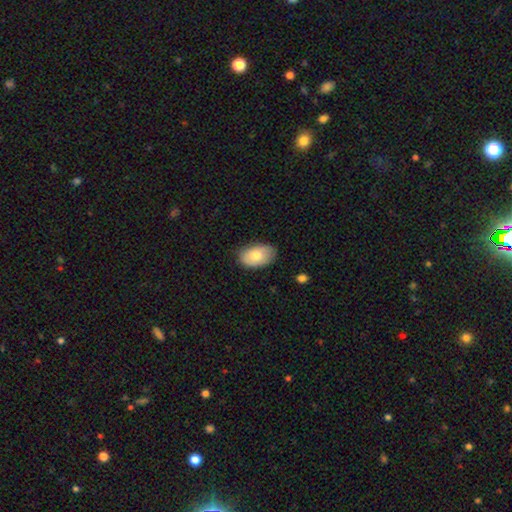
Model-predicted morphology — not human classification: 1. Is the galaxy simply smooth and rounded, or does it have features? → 75% smooth, 18% featured or disk, 6% star or artifact.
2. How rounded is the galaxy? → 91% in between, 8% round, 1% cigar-shaped.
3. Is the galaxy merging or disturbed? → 77% none, 19% minor disturbance, 3% major disturbance, 1% merger.